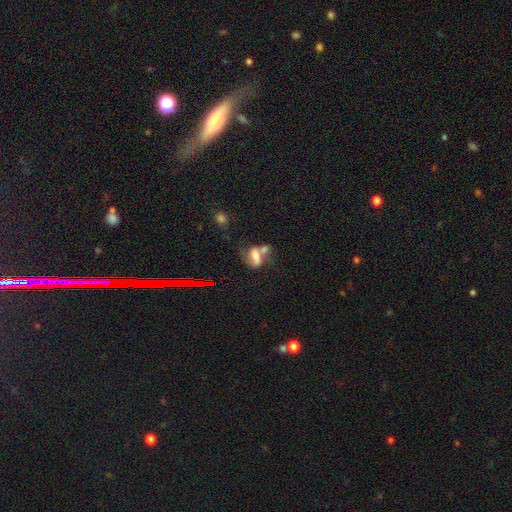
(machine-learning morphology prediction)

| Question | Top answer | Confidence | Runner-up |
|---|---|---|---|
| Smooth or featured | smooth | 47% | featured or disk (39%) |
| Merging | merger | 50% | none (24%) |